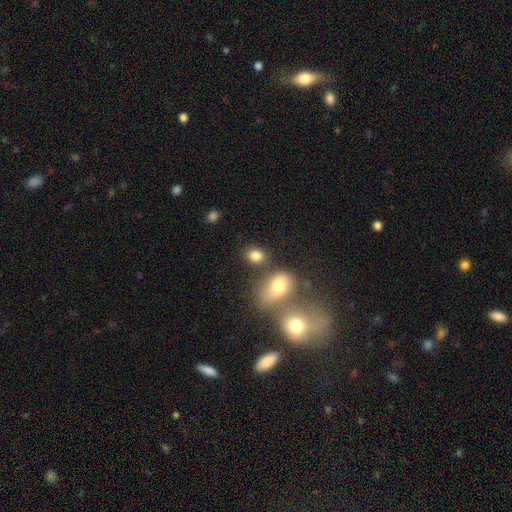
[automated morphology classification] Smooth or featured?
  - smooth: 81% *
  - star or artifact: 11%
  - featured or disk: 8%
How rounded?
  - in between: 59% *
  - round: 39%
  - cigar-shaped: 1%
Merging?
  - none: 65% *
  - merger: 17%
  - minor disturbance: 12%
  - major disturbance: 5%